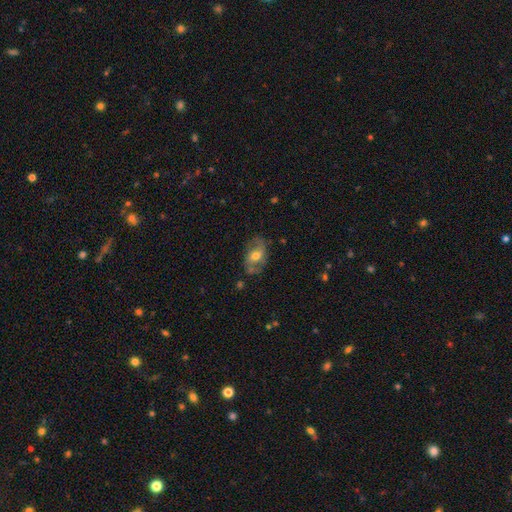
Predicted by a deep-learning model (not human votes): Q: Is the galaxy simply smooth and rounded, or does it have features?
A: featured or disk — 56%.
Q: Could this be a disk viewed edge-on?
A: no — 93%.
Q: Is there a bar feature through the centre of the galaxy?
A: no — 47%.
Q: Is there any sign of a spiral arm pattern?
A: yes — 69%.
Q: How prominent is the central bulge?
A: moderate — 69%.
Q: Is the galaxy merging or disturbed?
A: none — 70%.